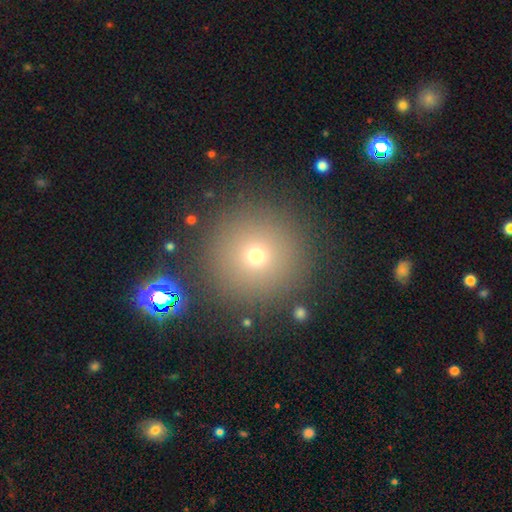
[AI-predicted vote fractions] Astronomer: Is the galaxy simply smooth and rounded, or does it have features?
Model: smooth — 67%.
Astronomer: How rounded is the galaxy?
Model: round — 96%.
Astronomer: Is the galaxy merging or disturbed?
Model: none — 88%.